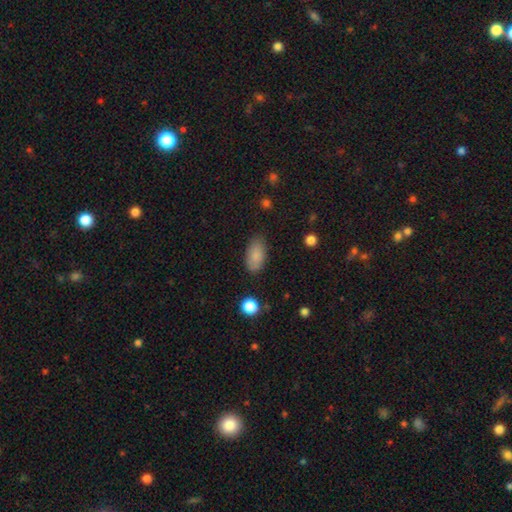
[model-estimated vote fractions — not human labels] The model was most divided on "merging": none: 81%, minor disturbance: 14%, major disturbance: 4%, merger: 1%. More confident: how rounded — in between (93%); smooth or featured — smooth (85%).